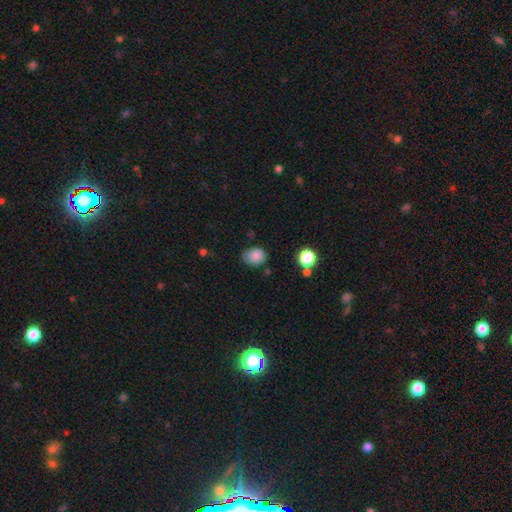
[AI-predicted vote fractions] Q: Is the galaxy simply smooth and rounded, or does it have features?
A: smooth — 84%.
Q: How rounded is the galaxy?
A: in between — 58%.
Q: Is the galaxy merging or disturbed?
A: none — 62%.